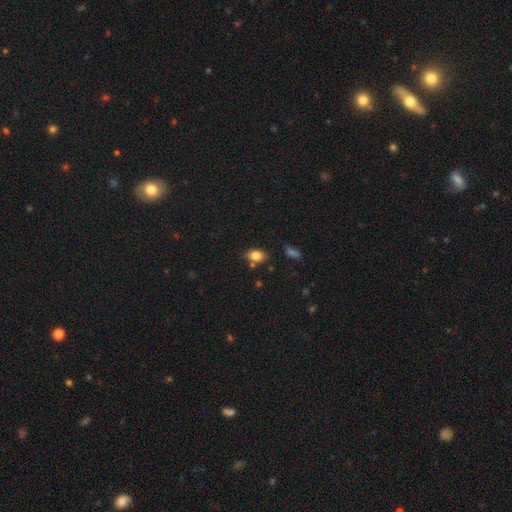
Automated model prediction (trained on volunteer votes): Overall: smooth (82%). How rounded: in between (76%). Merging: none (72%).